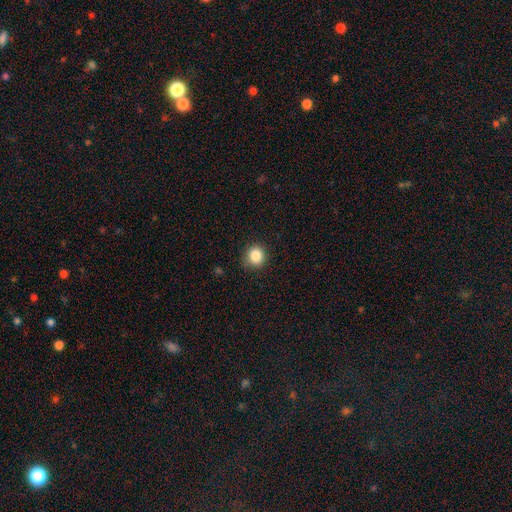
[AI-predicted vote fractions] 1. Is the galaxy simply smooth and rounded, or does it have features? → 86% smooth, 10% star or artifact, 4% featured or disk.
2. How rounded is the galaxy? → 88% round, 11% in between, 1% cigar-shaped.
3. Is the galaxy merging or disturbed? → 87% none, 9% minor disturbance, 2% major disturbance, 1% merger.